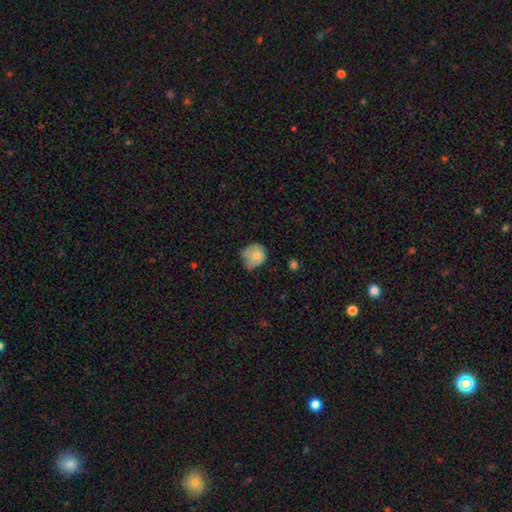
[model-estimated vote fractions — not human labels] A smooth galaxy with no disk features (76%) that is round (76%). Merging: none (42%).